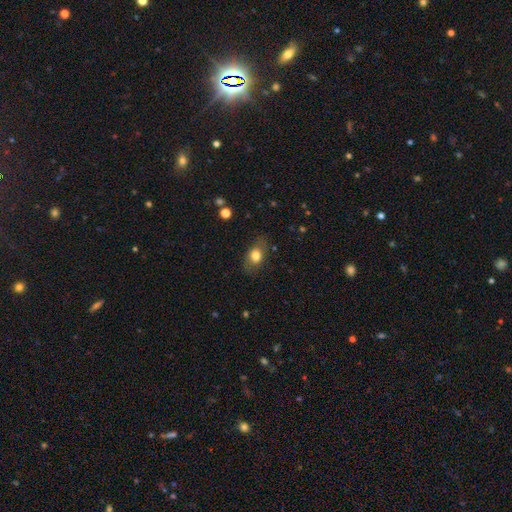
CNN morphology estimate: Smooth or featured? Predicted: smooth (p=0.73). How rounded? Predicted: in between (p=0.76). Merging? Predicted: none (p=0.76).